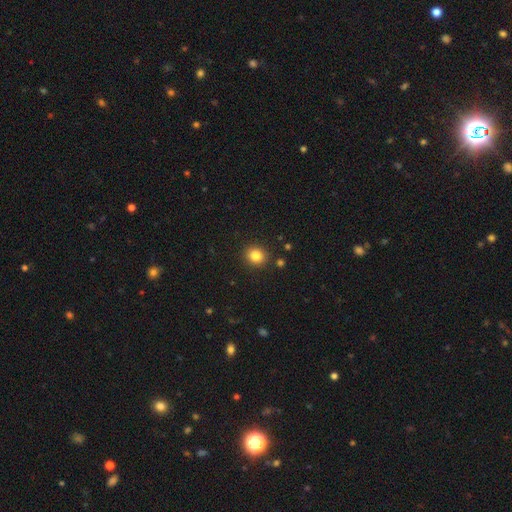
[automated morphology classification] smooth_or_featured: smooth (p=0.82) [alt: star or artifact p=0.11]
how_rounded: round (p=0.81) [alt: in between p=0.18]
merging: none (p=0.90) [alt: minor disturbance p=0.06]